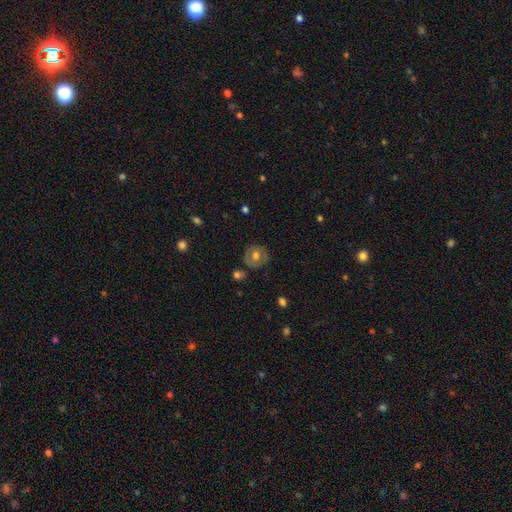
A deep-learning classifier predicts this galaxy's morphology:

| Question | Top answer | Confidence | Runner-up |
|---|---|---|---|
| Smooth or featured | smooth | 50% | featured or disk (42%) |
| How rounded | round | 84% | in between (16%) |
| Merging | none | 79% | minor disturbance (14%) |